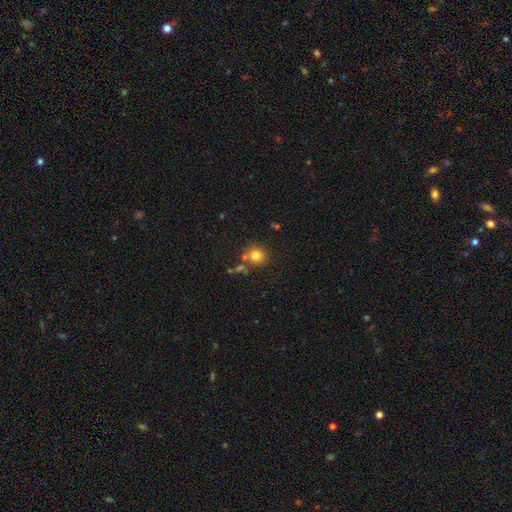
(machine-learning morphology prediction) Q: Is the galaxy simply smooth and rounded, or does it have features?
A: smooth — 78%.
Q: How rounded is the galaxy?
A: round — 90%.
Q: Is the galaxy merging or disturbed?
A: none — 75%.